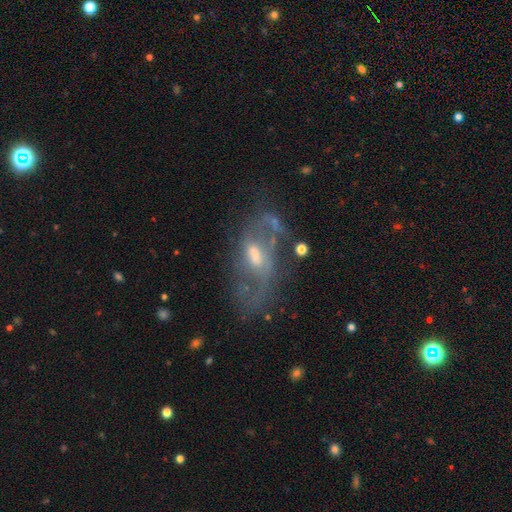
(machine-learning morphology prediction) Smooth or featured?
  - featured or disk: 71% *
  - smooth: 19%
  - star or artifact: 10%
Edge-on disk?
  - no: 92% *
  - yes: 8%
Bar?
  - weak: 49% *
  - no: 34%
  - strong: 17%
Spiral arms?
  - yes: 67% *
  - no: 33%
Bulge size?
  - moderate: 52% *
  - small: 23%
  - large: 13%
  - none: 10%
  - dominant: 2%
Merging?
  - none: 42% *
  - major disturbance: 31%
  - minor disturbance: 20%
  - merger: 7%